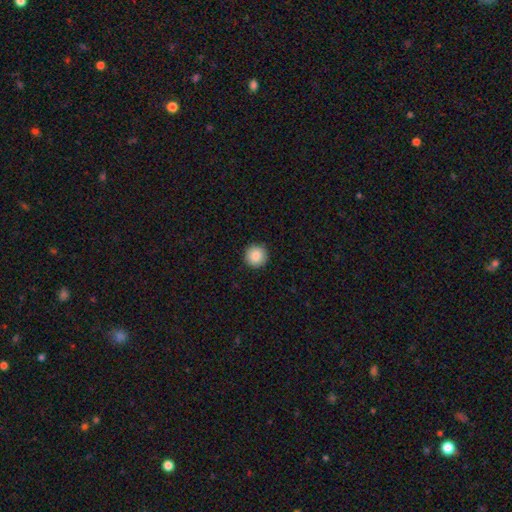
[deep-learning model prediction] The model was most divided on "smooth or featured": smooth: 87%, star or artifact: 8%, featured or disk: 5%. More confident: how rounded — round (96%); merging — none (92%).